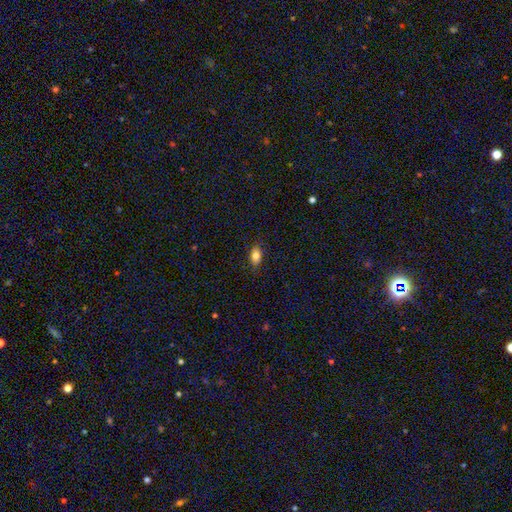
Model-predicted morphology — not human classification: Smooth or featured?
  - smooth: 82% *
  - featured or disk: 10%
  - star or artifact: 8%
How rounded?
  - in between: 88% *
  - round: 8%
  - cigar-shaped: 4%
Merging?
  - none: 86% *
  - minor disturbance: 11%
  - major disturbance: 2%
  - merger: 1%